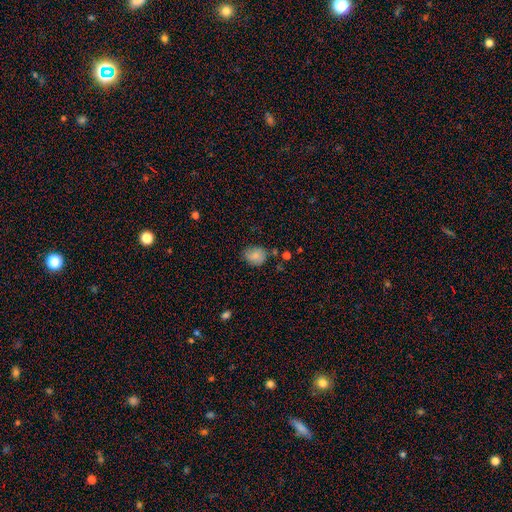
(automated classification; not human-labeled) Smooth or featured: smooth — 83% (star or artifact — 9%)
How rounded: round — 54% (in between — 45%)
Merging: none — 71% (minor disturbance — 20%)